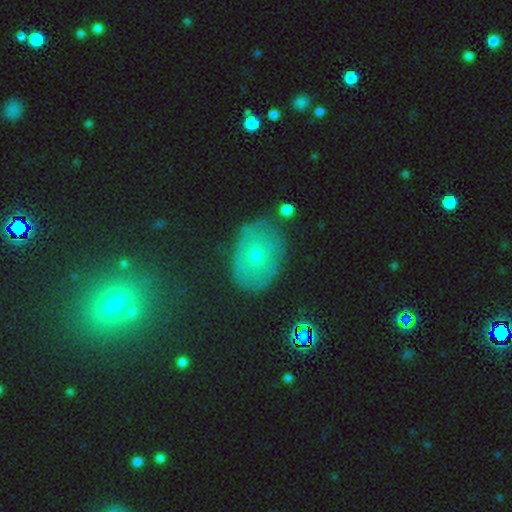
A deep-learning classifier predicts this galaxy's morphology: Overall: smooth (48%; featured or disk 36%). Merging: none (76%).